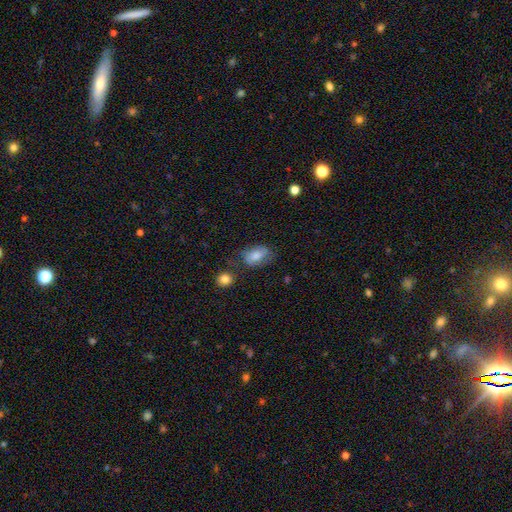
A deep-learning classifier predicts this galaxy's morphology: A smooth galaxy with no disk features (72%) that is in between round and cigar-shaped (87%).

Vote fractions:
- Smooth or featured? smooth: 72% / featured or disk: 20% / star or artifact: 8%
- How rounded? in between: 87% / round: 11% / cigar-shaped: 2%
- Merging? none: 57% / minor disturbance: 27% / major disturbance: 11% / merger: 5%